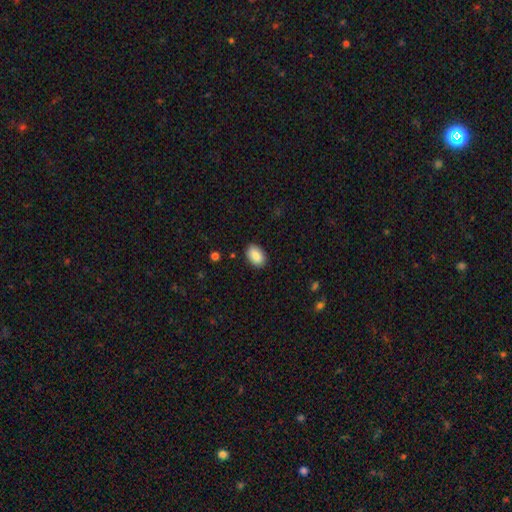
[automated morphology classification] smooth-or-featured: smooth: 88% | star or artifact: 7% | featured or disk: 5%
  how-rounded: in between: 88% | round: 10% | cigar-shaped: 1%
  merging: none: 89% | minor disturbance: 8% | major disturbance: 2% | merger: 1%